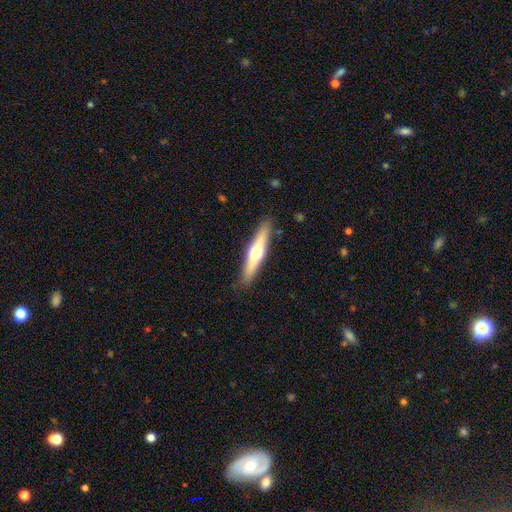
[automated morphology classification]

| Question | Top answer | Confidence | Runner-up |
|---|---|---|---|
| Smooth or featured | featured or disk | 61% | smooth (33%) |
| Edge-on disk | yes | 96% | no (4%) |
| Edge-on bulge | rounded | 93% | none (4%) |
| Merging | none | 90% | minor disturbance (7%) |